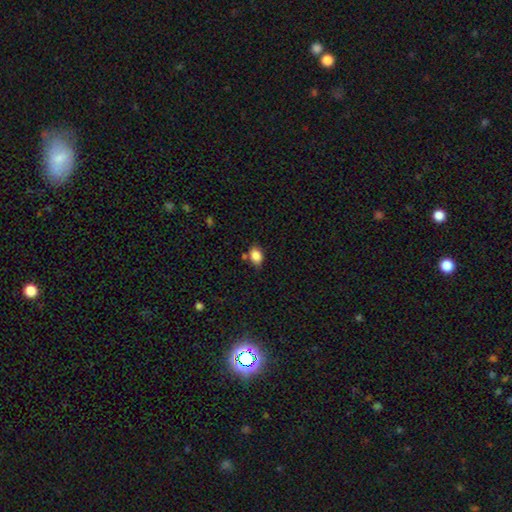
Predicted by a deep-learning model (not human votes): Smooth or featured: smooth — 85% (star or artifact — 9%)
How rounded: in between — 74% (round — 24%)
Merging: none — 69% (minor disturbance — 20%)